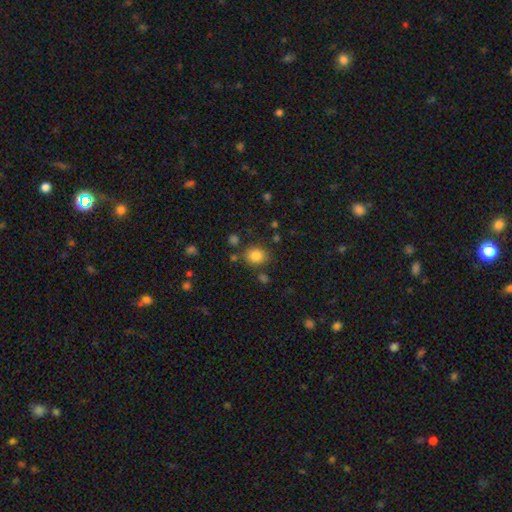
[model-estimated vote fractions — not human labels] Smooth or featured? Predicted: smooth (p=0.84). How rounded? Predicted: round (p=0.64). Merging? Predicted: none (p=0.80).